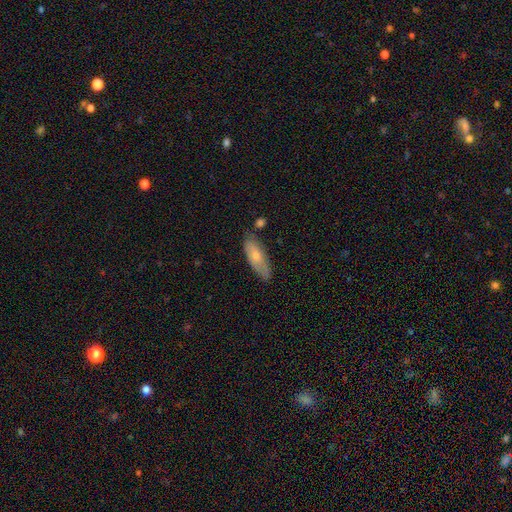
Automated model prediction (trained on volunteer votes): The model was most divided on "how rounded": in between: 68%, cigar-shaped: 29%, round: 2%. More confident: smooth or featured — smooth (67%); merging — none (67%).